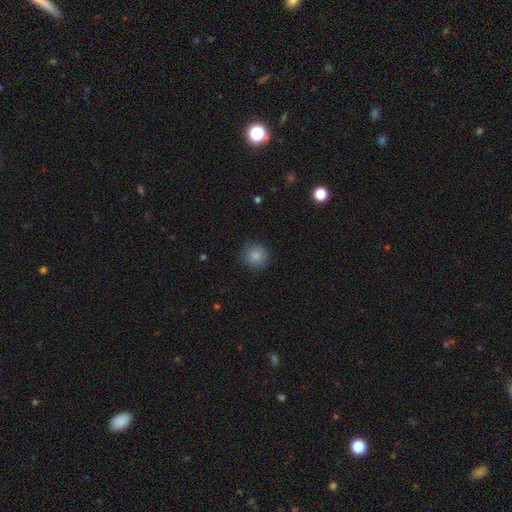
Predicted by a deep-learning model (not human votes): Smooth or featured? smooth (85%)
How rounded? round (92%)
Merging? none (89%)